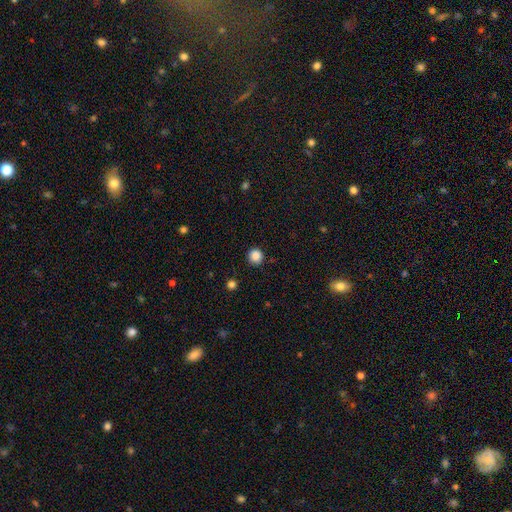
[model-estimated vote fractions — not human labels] This is clearly a smooth galaxy (86%). How rounded: clearly round (93%). Merging: clearly none (89%).